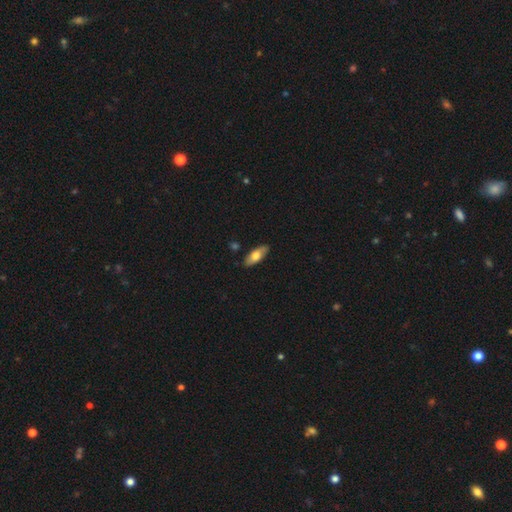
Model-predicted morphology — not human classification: Smooth or featured? Predicted: smooth (p=0.66). How rounded? Predicted: in between (p=0.80). Merging? Predicted: none (p=0.87).